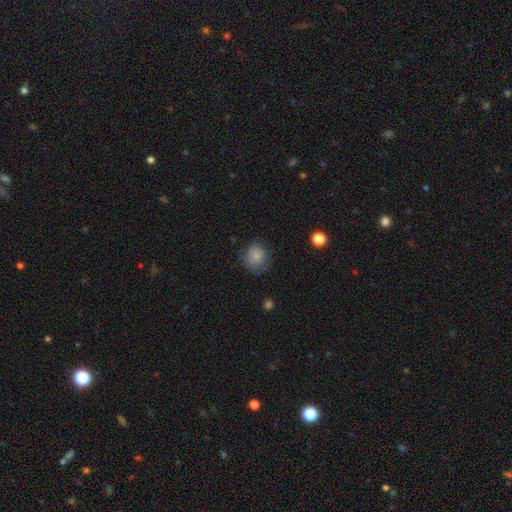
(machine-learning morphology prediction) Smooth or featured? smooth (84%)
How rounded? round (80%)
Merging? none (74%)